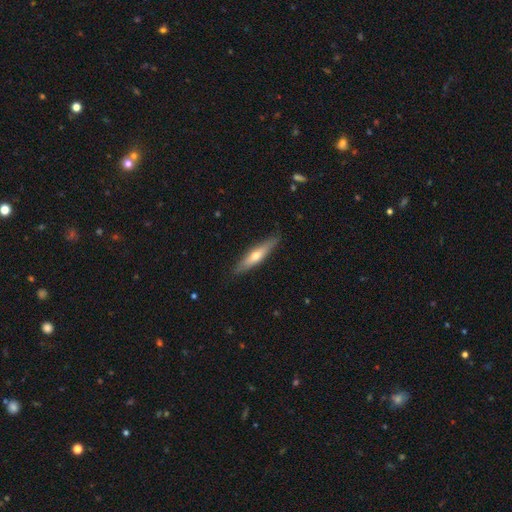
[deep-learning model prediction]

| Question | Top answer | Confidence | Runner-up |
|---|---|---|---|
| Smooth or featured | featured or disk | 49% | smooth (46%) |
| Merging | none | 88% | minor disturbance (9%) |